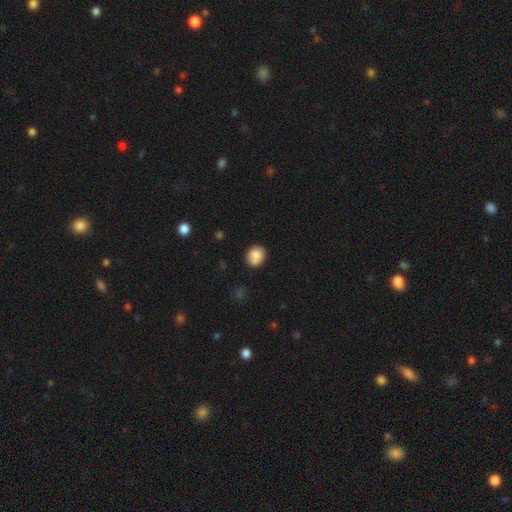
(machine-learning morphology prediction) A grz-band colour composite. It shows a smooth galaxy with no disk features (84%) that is round (58%). Merging: none (72%).